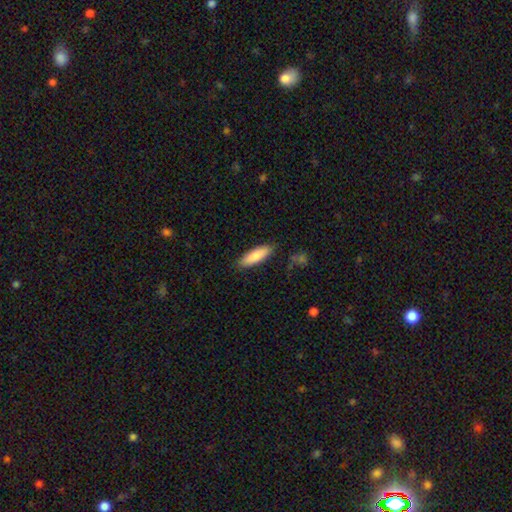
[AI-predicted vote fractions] smooth_or_featured: smooth (p=0.85) [alt: featured or disk p=0.10]
how_rounded: cigar-shaped (p=0.52) [alt: in between p=0.46]
merging: none (p=0.87) [alt: minor disturbance p=0.09]